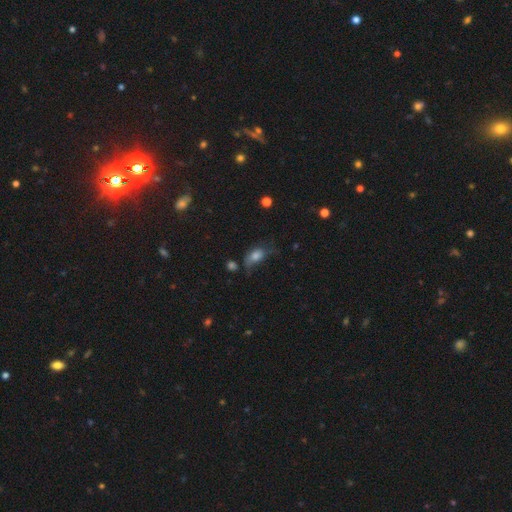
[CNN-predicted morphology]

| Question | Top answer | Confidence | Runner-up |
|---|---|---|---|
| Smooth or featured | smooth | 67% | featured or disk (20%) |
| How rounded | in between | 83% | round (12%) |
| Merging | none | 34% | minor disturbance (30%) |